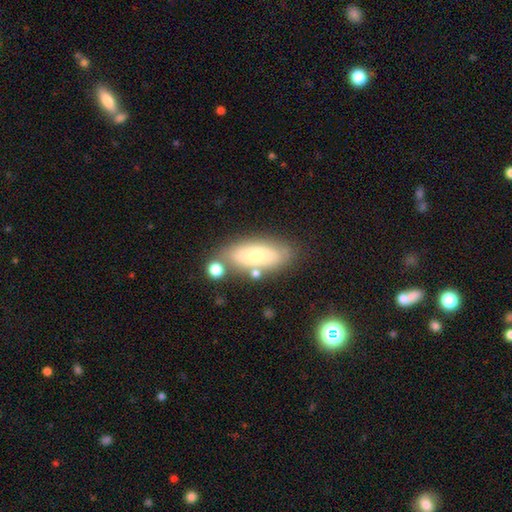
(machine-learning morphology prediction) The model was most divided on "smooth or featured": smooth: 56%, featured or disk: 35%, star or artifact: 8%. More confident: how rounded — in between (80%); merging — none (67%).